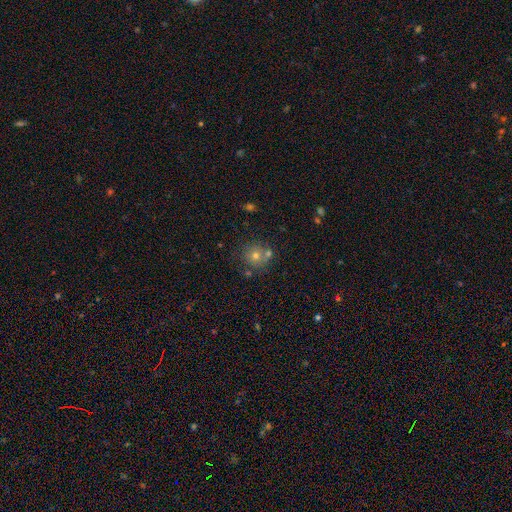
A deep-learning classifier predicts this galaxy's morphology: A smooth galaxy with no disk features (71%) that is round (91%). Merging: none (68%).